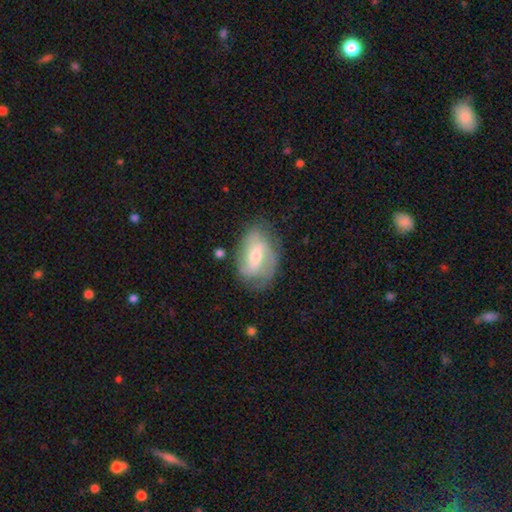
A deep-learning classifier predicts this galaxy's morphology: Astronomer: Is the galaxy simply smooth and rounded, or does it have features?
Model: featured or disk — 67%.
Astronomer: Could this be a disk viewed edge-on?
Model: no — 95%.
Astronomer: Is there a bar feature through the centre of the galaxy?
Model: weak — 44% (runner-up: no, 29%).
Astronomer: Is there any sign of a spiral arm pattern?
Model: yes — 81%.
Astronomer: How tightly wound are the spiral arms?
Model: medium — 41% (runner-up: tight, 34%).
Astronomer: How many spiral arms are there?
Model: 2 — 59%.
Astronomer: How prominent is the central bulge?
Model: moderate — 50% (runner-up: small, 44%).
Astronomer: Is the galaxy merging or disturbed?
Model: none — 65%.